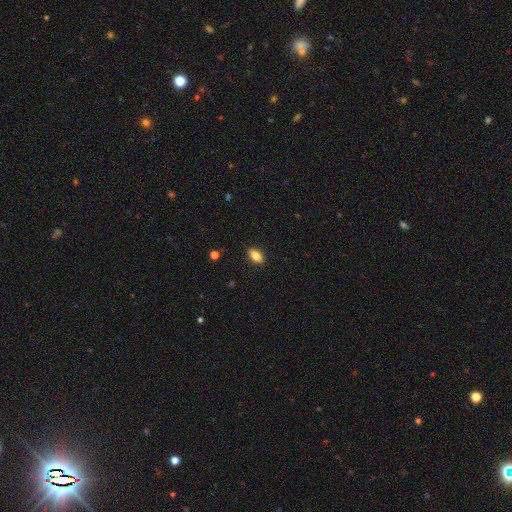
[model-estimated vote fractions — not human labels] Q: Smooth or featured?
A: smooth (79%); runner-up: featured or disk (13%)
Q: How rounded?
A: in between (88%); runner-up: round (7%)
Q: Merging?
A: none (89%); runner-up: minor disturbance (8%)